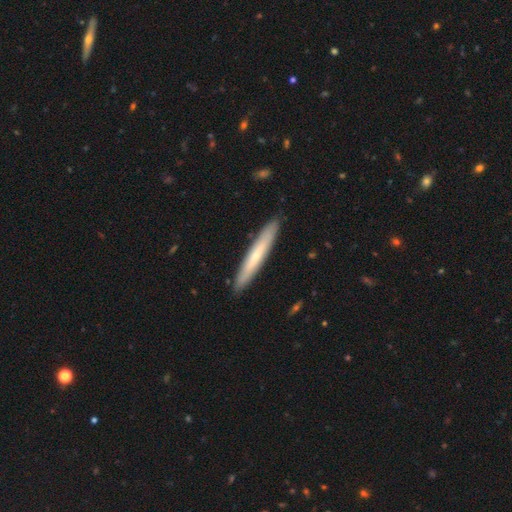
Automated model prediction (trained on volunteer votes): Smooth or featured?
  - smooth: 55% *
  - featured or disk: 39%
  - star or artifact: 5%
How rounded?
  - cigar-shaped: 95% *
  - in between: 4%
  - round: 1%
Merging?
  - none: 90% *
  - minor disturbance: 7%
  - major disturbance: 1%
  - merger: 1%